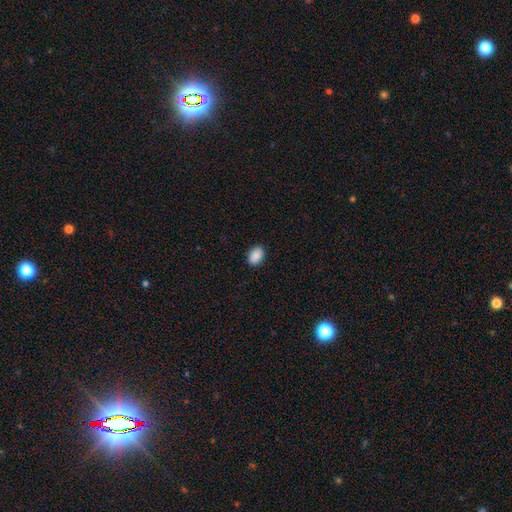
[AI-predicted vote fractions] smooth_or_featured: smooth (p=0.89) [alt: star or artifact p=0.07]
how_rounded: in between (p=0.81) [alt: round p=0.18]
merging: none (p=0.89) [alt: minor disturbance p=0.08]